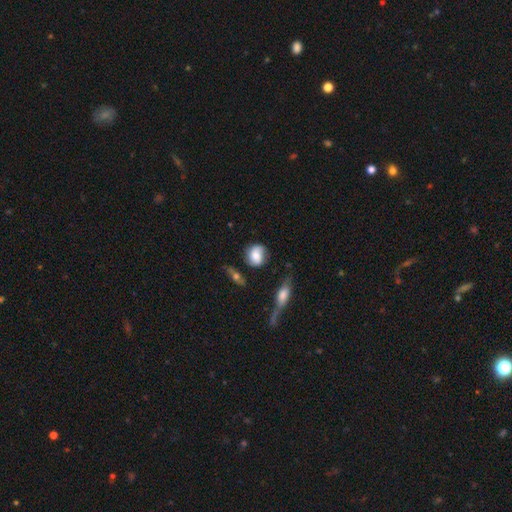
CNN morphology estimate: smooth 69%, featured or disk 23%, star or artifact 8%. Down the decision tree: how rounded — round (66%); merging — none (62%).